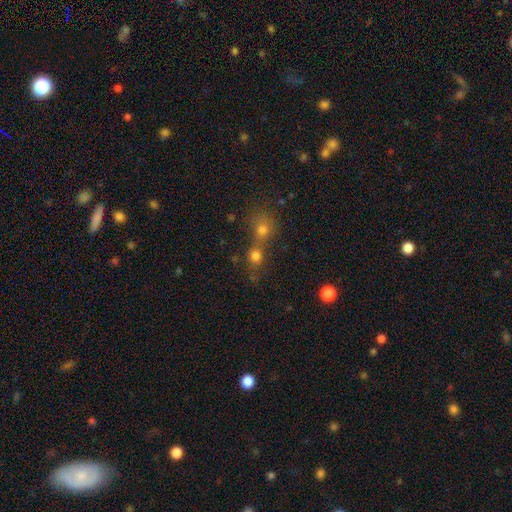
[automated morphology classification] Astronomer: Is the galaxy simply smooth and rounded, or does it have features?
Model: smooth — 74%.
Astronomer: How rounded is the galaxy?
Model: round — 81%.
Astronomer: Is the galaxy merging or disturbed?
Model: merger — 50% (runner-up: none, 40%).